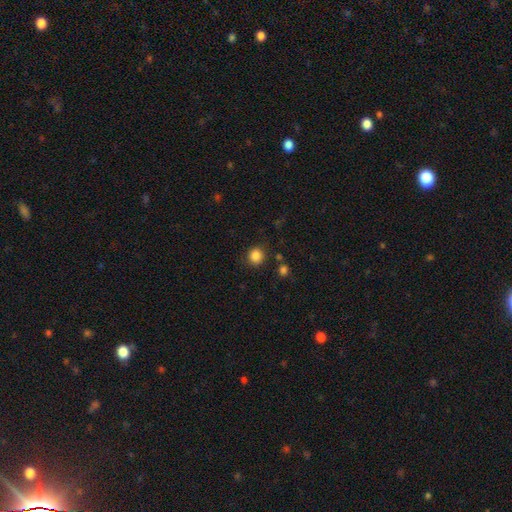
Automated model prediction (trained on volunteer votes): smooth_or_featured: smooth (p=0.85) [alt: star or artifact p=0.11]
how_rounded: round (p=0.87) [alt: in between p=0.12]
merging: none (p=0.85) [alt: minor disturbance p=0.09]